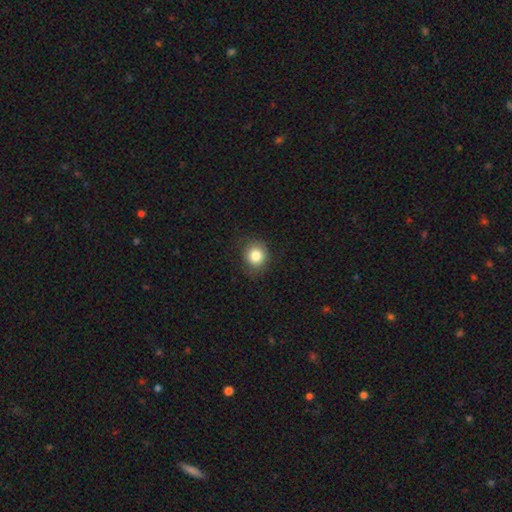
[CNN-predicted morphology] Smooth or featured? Predicted: smooth (p=0.83). How rounded? Predicted: round (p=0.84). Merging? Predicted: none (p=0.83).